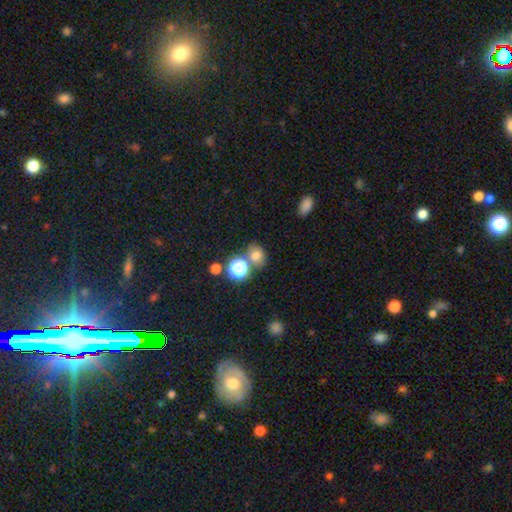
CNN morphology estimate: This is likely a smooth galaxy (73%). How rounded: likely round (65%). Merging: likely none (67%).